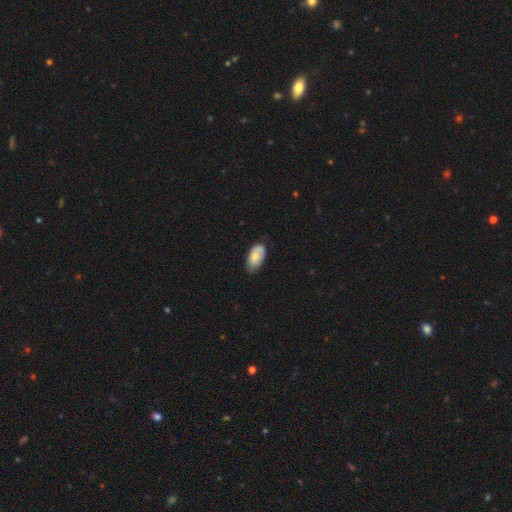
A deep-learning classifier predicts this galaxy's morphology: This appears to be a smooth galaxy with no disk features (74%) that is in between round and cigar-shaped (94%). Merging: none (68%).